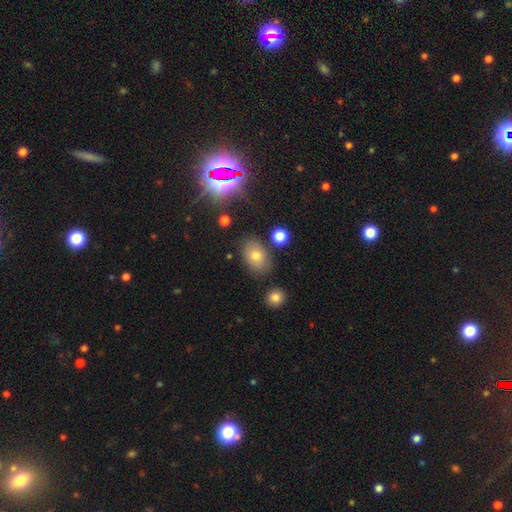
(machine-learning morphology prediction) smooth_or_featured: smooth (p=0.73) [alt: featured or disk p=0.15]
how_rounded: in between (p=0.78) [alt: round p=0.21]
merging: none (p=0.77) [alt: minor disturbance p=0.14]